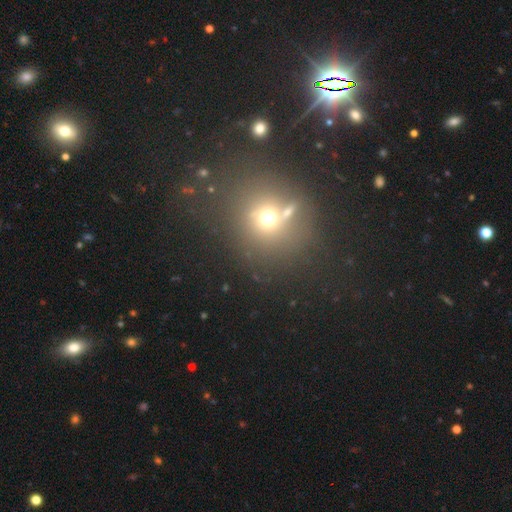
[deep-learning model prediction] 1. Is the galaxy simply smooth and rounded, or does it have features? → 49% smooth, 39% star or artifact, 12% featured or disk.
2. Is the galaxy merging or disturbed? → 65% none, 18% merger, 11% minor disturbance, 6% major disturbance.